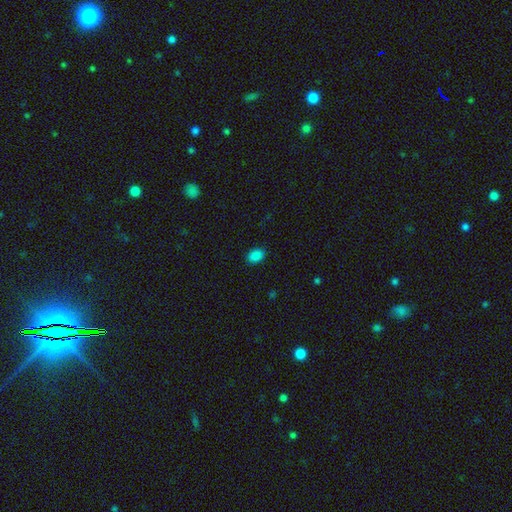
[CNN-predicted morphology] Smooth or featured: smooth — 86% (star or artifact — 11%)
How rounded: in between — 80% (round — 19%)
Merging: none — 88% (minor disturbance — 9%)